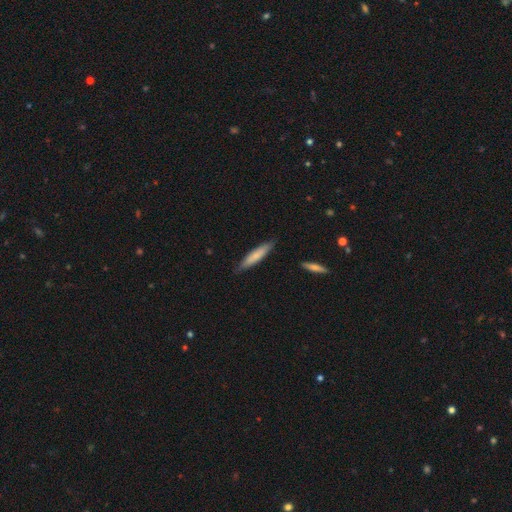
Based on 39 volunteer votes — Overall: smooth (82%). How rounded: cigar-shaped (97%). Merging: none (89%).